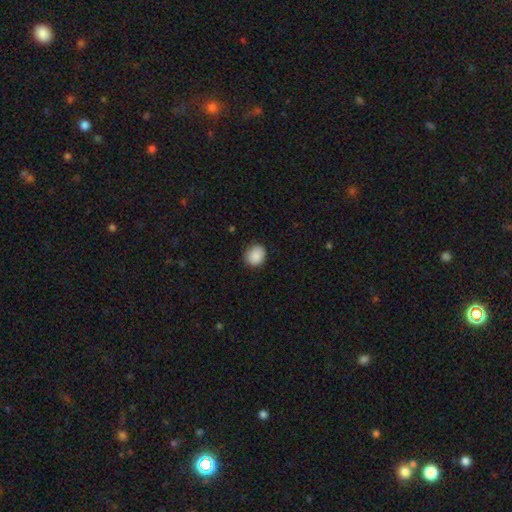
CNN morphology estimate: smooth_or_featured: smooth (p=0.89) [alt: star or artifact p=0.08]
how_rounded: round (p=0.71) [alt: in between p=0.29]
merging: none (p=0.85) [alt: minor disturbance p=0.11]